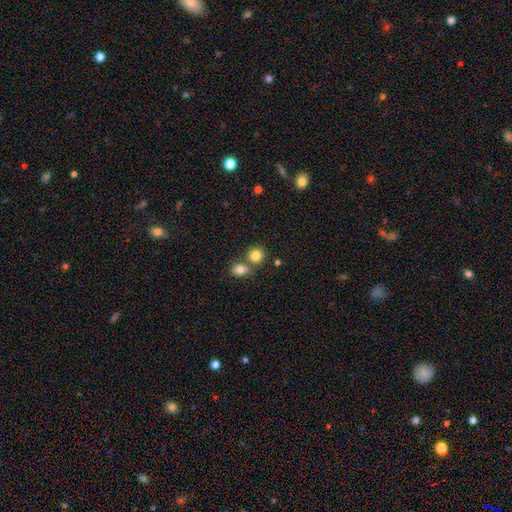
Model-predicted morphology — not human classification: The model was most divided on "merging": none: 58%, merger: 32%, minor disturbance: 8%, major disturbance: 3%. More confident: how rounded — round (83%); smooth or featured — smooth (82%).